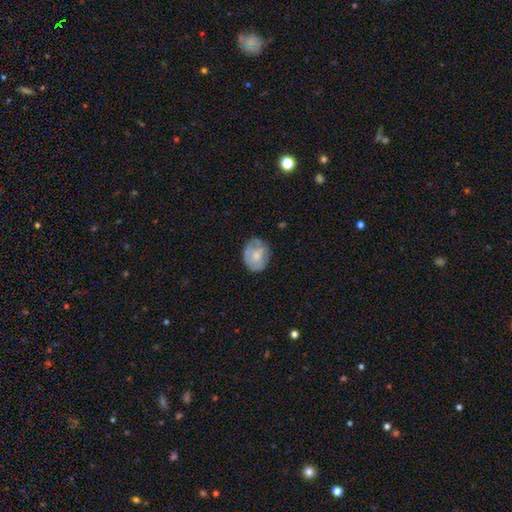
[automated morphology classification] A smooth galaxy with no disk features (57%) that is round (58%). Merging: none (63%).